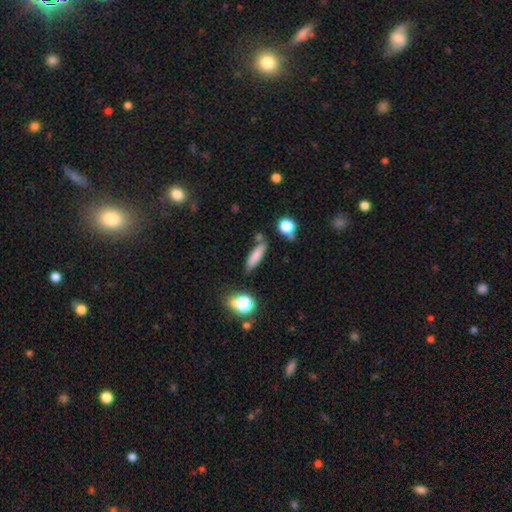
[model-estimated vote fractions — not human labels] Q: Smooth or featured?
A: smooth (78%); runner-up: featured or disk (12%)
Q: How rounded?
A: cigar-shaped (67%); runner-up: in between (29%)
Q: Merging?
A: none (75%); runner-up: minor disturbance (14%)